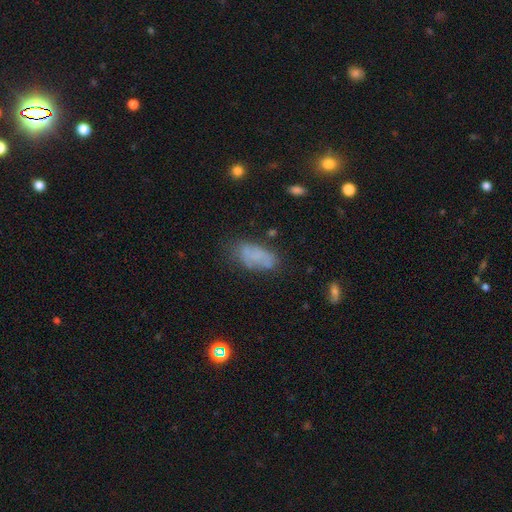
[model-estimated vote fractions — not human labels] This is likely a smooth galaxy (65%). How rounded: clearly in between (89%). Merging: possibly none (57%).